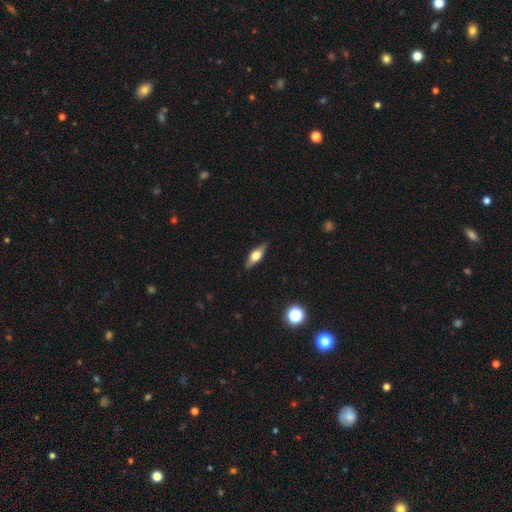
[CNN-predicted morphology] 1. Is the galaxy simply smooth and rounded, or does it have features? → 48% featured or disk, 45% smooth, 7% star or artifact.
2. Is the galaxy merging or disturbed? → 87% none, 10% minor disturbance, 2% major disturbance, 1% merger.